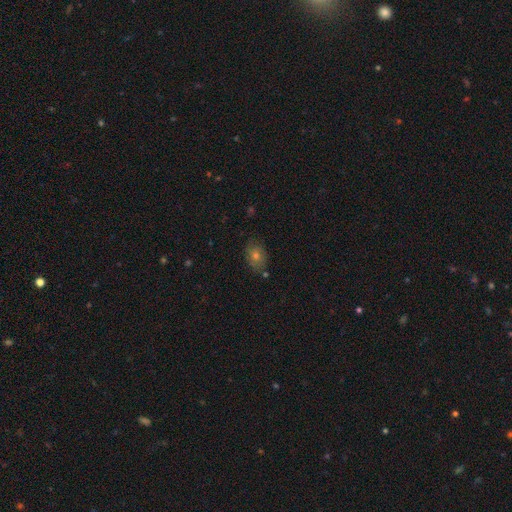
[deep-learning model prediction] The model was most divided on "how rounded": in between: 63%, round: 35%, cigar-shaped: 1%. More confident: merging — none (80%); smooth or featured — smooth (60%).